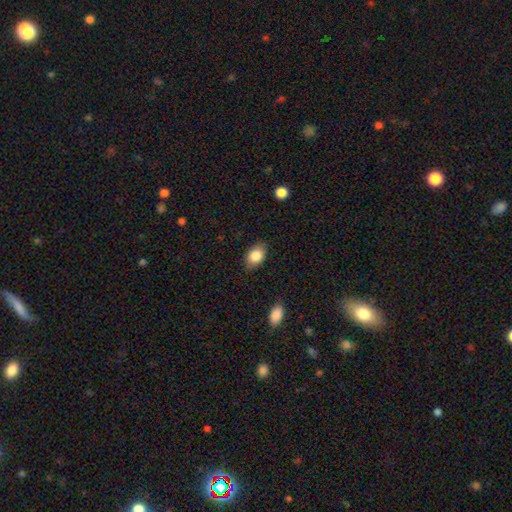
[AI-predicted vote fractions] This appears to be a smooth galaxy with no disk features (85%) that is in between round and cigar-shaped (83%). Merging: none (84%).